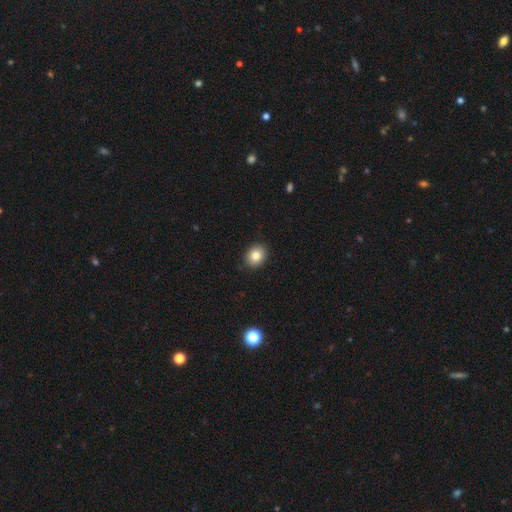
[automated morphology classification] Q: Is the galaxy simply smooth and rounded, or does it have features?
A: smooth — 83%.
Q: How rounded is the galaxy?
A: round — 54%.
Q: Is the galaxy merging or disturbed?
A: none — 90%.